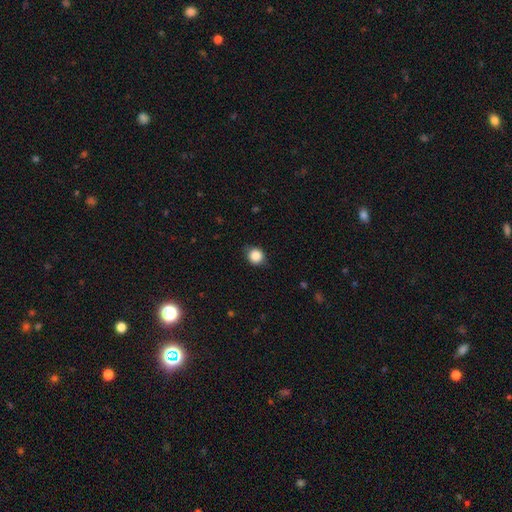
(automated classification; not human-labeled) This is clearly a smooth galaxy (86%). How rounded: clearly round (84%). Merging: clearly none (82%).